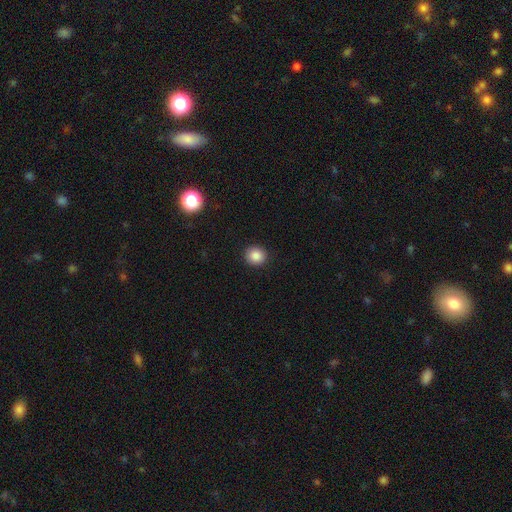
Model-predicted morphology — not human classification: smooth-or-featured: smooth: 87% | star or artifact: 10% | featured or disk: 3%
  how-rounded: round: 84% | in between: 15% | cigar-shaped: 1%
  merging: none: 92% | minor disturbance: 6% | major disturbance: 2% | merger: 1%